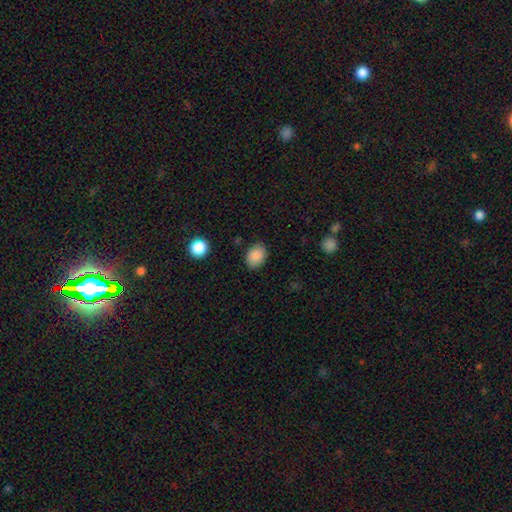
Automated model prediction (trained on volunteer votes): Q: Smooth or featured?
A: smooth (87%); runner-up: star or artifact (8%)
Q: How rounded?
A: in between (61%); runner-up: round (38%)
Q: Merging?
A: none (85%); runner-up: minor disturbance (11%)